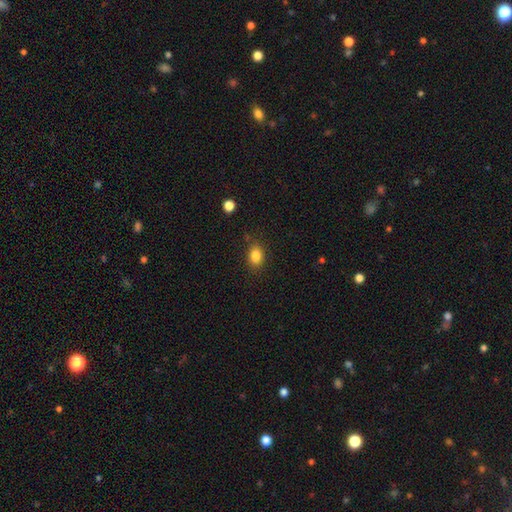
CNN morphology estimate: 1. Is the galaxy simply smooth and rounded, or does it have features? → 85% smooth, 10% star or artifact, 6% featured or disk.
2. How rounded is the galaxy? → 72% in between, 26% round, 1% cigar-shaped.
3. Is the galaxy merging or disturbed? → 81% none, 13% minor disturbance, 3% major disturbance, 3% merger.